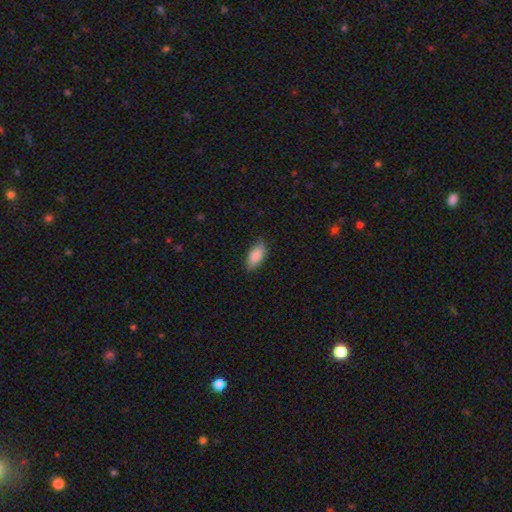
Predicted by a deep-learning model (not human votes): A smooth galaxy with no disk features (87%) that is in between round and cigar-shaped (88%). Merging: none (81%).